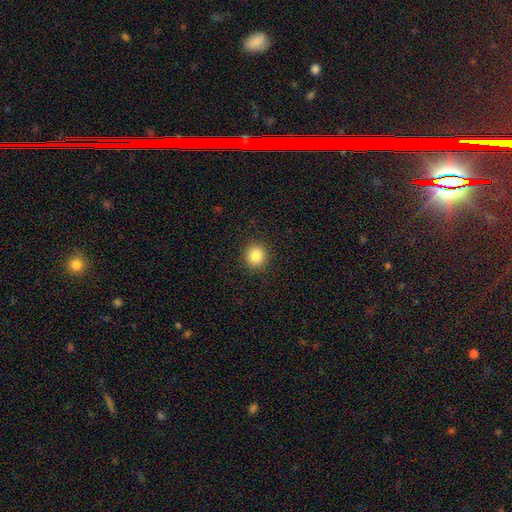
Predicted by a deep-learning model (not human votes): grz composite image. It shows a smooth galaxy with no disk features (85%) that is round (89%). Merging: none (92%).